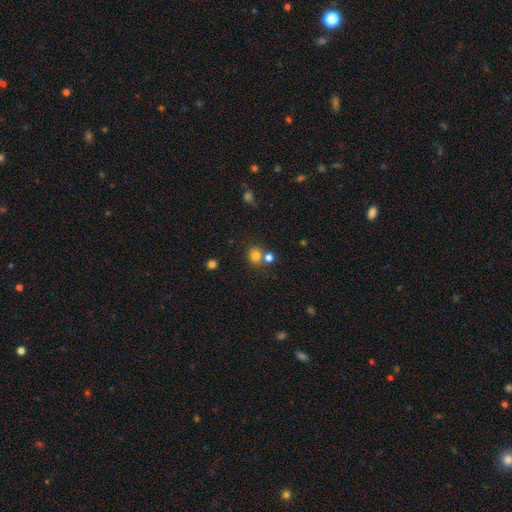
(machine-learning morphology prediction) type=smooth (78%); roundness=round (83%); merging=none (60%).